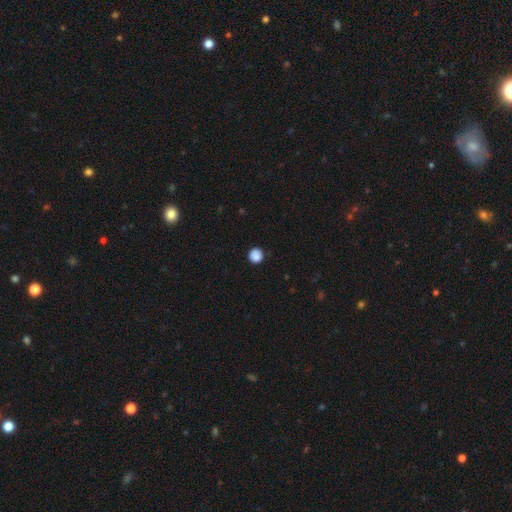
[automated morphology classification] Q: Smooth or featured?
A: smooth (88%); runner-up: star or artifact (10%)
Q: How rounded?
A: round (94%); runner-up: in between (5%)
Q: Merging?
A: none (91%); runner-up: minor disturbance (6%)